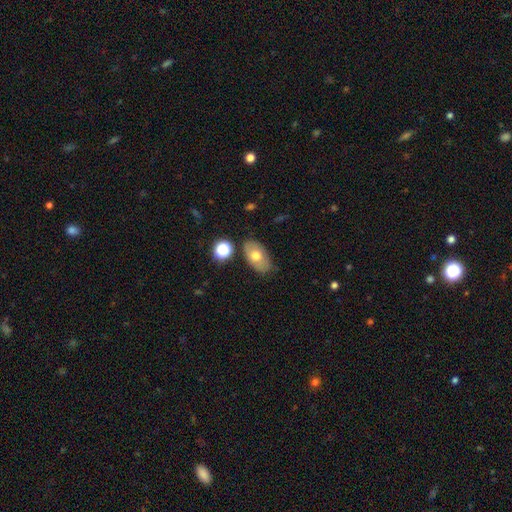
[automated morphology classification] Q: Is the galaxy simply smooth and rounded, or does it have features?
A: smooth — 67%.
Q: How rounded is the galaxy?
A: in between — 90%.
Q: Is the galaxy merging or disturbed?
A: none — 75%.